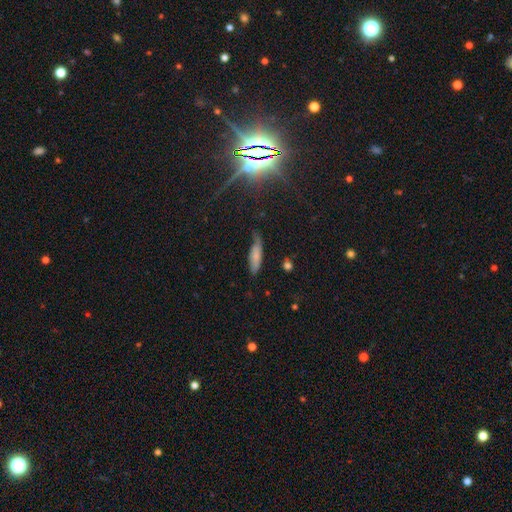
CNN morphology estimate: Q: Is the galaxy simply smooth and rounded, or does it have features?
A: smooth — 69%.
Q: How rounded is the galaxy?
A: cigar-shaped — 62%.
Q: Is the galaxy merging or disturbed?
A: none — 52%.